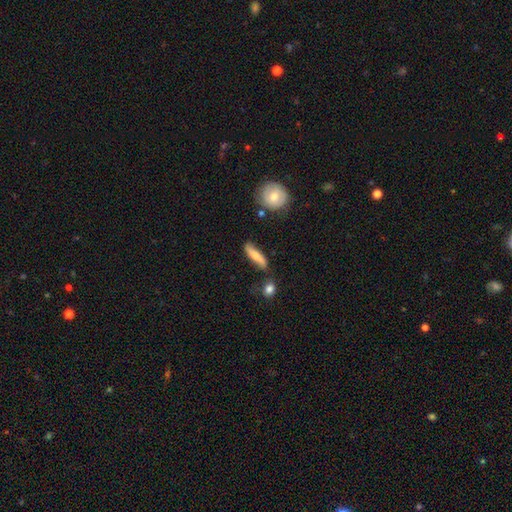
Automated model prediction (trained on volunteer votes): smooth 59%, featured or disk 35%, star or artifact 6%. Down the decision tree: how rounded — cigar-shaped (70%); merging — none (74%).